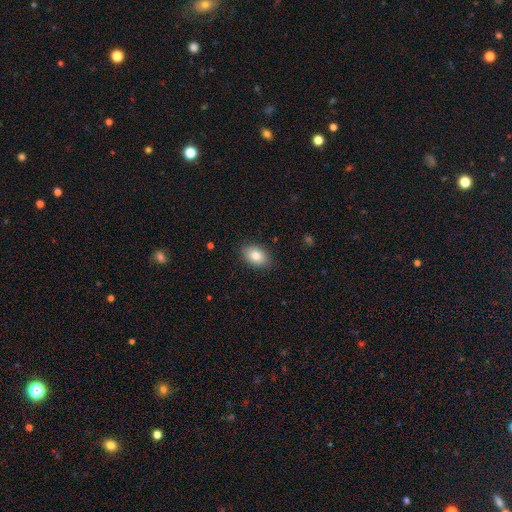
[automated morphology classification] Overall: smooth (83%). How rounded: in between (87%). Merging: none (88%).